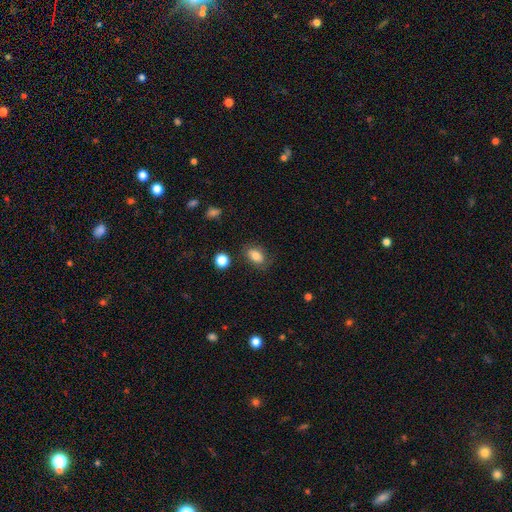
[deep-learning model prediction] smooth_or_featured: smooth (p=0.81) [alt: featured or disk p=0.10]
how_rounded: in between (p=0.84) [alt: round p=0.13]
merging: none (p=0.78) [alt: minor disturbance p=0.15]